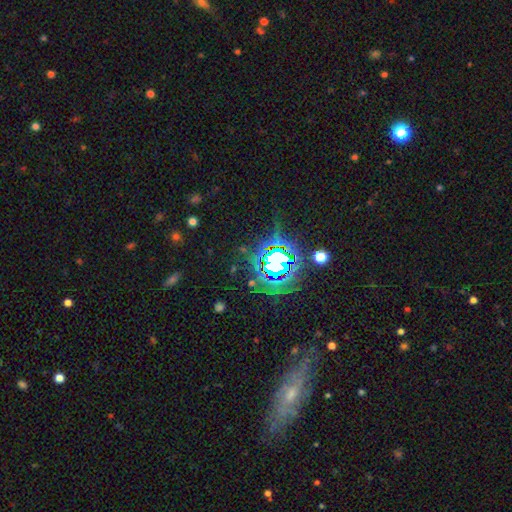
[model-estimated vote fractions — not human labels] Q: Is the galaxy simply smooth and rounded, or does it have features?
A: star or artifact — 78%.